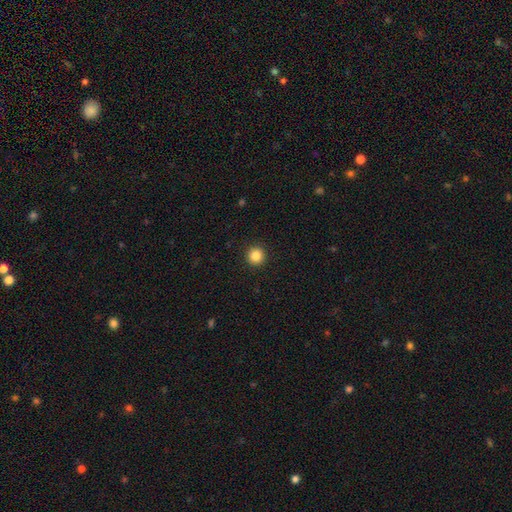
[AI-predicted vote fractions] Morphology: type=smooth (85%); roundness=round (95%); merging=none (93%).